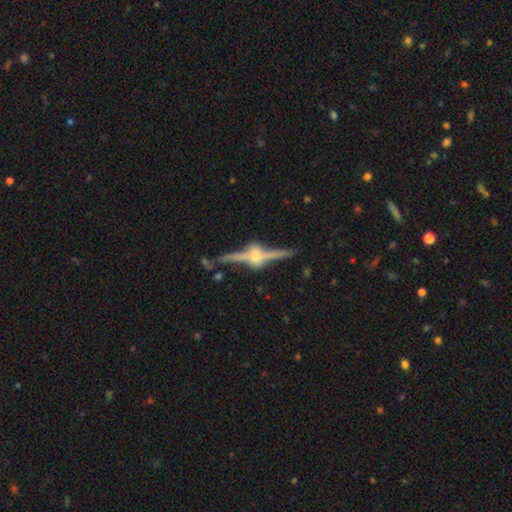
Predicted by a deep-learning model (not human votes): A featured or disk galaxy (86%) viewed edge-on (96%) with a rounded central bulge (92%). Merging: none (78%).